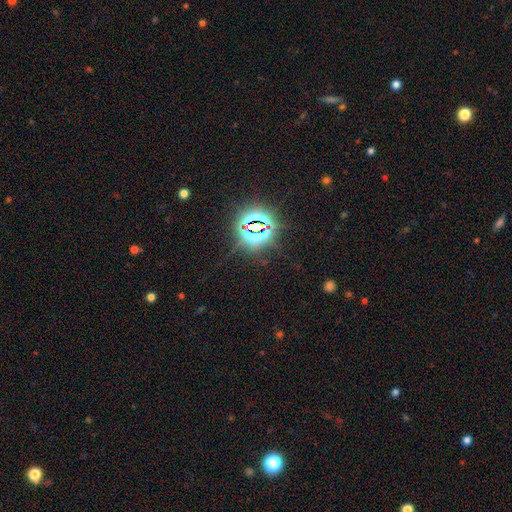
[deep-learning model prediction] Overall: star or artifact (83%).